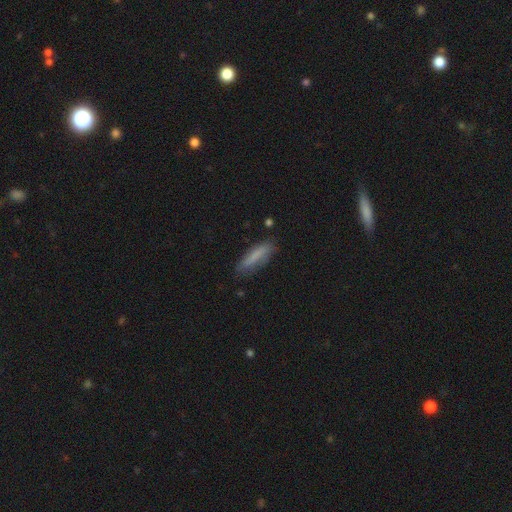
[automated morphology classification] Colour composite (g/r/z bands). It shows a smooth galaxy with no disk features (74%) that is cigar-shaped (72%). Merging: none (75%).